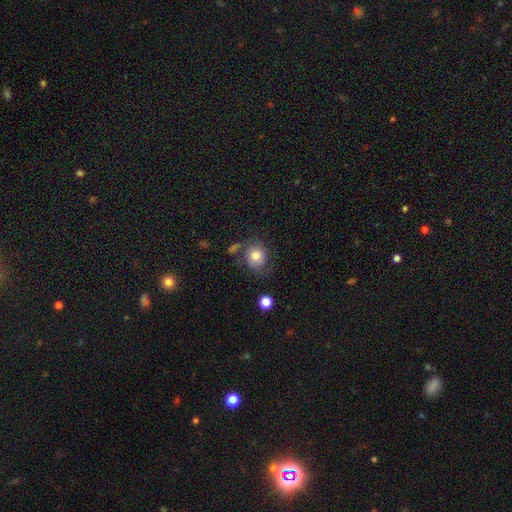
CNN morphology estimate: A smooth galaxy with no disk features (68%) that is round (74%). Merging: none (57%).